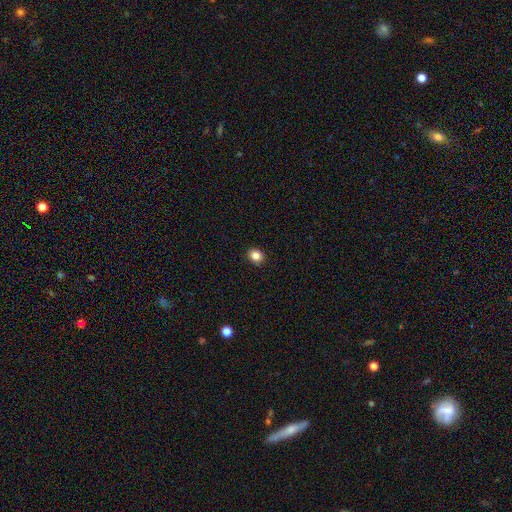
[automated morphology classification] A smooth galaxy with no disk features (84%) that is round (64%).

Vote fractions:
- Smooth or featured? smooth: 84% / star or artifact: 11% / featured or disk: 5%
- How rounded? round: 64% / in between: 35% / cigar-shaped: 1%
- Merging? none: 91% / minor disturbance: 7% / major disturbance: 2% / merger: 1%